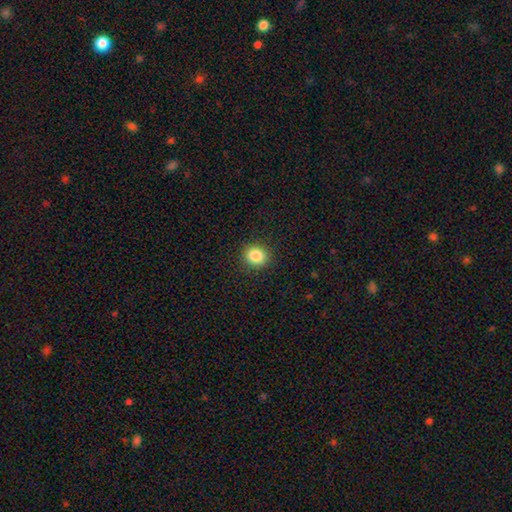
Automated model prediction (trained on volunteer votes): Overall: smooth (86%). How rounded: round (81%). Merging: none (90%).